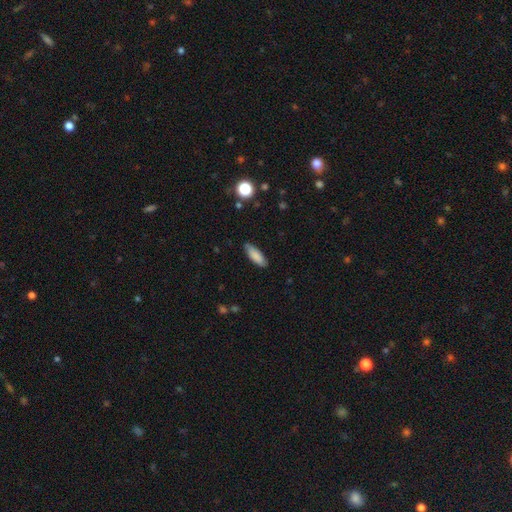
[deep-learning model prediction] The model was most divided on "how rounded": in between: 67%, cigar-shaped: 31%, round: 2%. More confident: smooth or featured — smooth (85%); merging — none (82%).